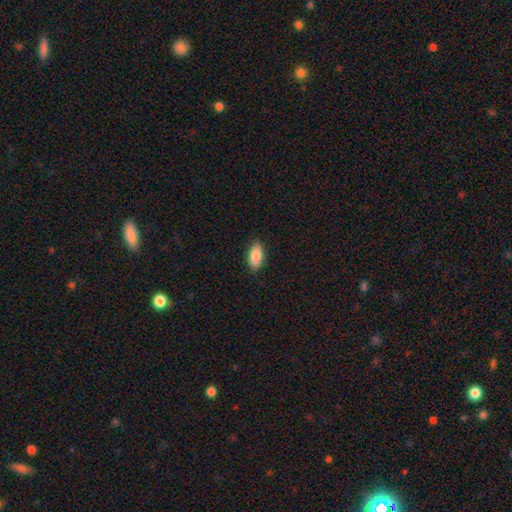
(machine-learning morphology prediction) smooth_or_featured: smooth (p=0.86) [alt: featured or disk p=0.07]
how_rounded: in between (p=0.91) [alt: cigar-shaped p=0.06]
merging: none (p=0.87) [alt: minor disturbance p=0.10]